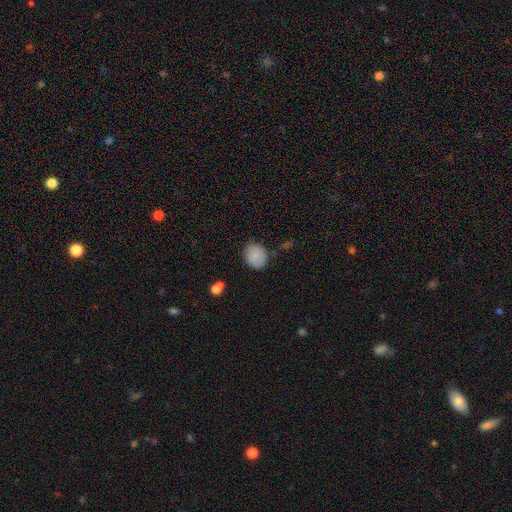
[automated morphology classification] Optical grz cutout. It shows a smooth galaxy with no disk features (84%) that is round (64%). Merging: none (82%).